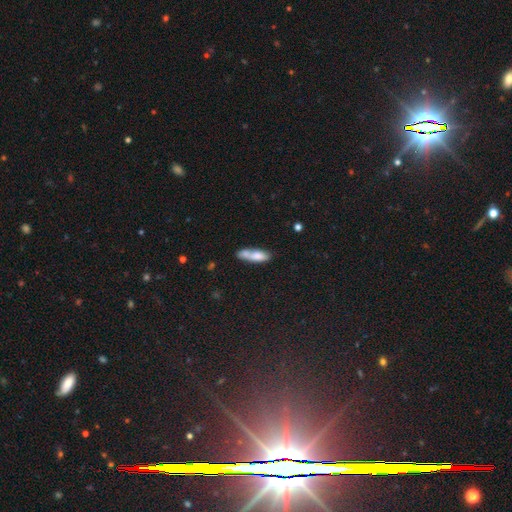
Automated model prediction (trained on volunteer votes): Smooth or featured? smooth (73%)
How rounded? cigar-shaped (50%)
Merging? none (40%)